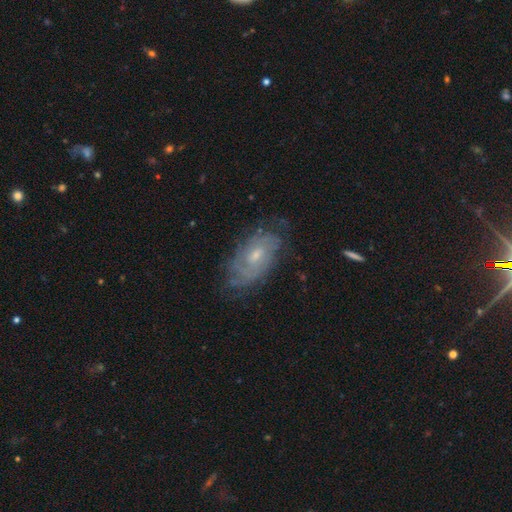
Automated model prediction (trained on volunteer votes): The model was most divided on "bulge size": small: 50%, moderate: 44%, none: 3%, large: 2%, dominant: 1%. More confident: edge-on disk — no (93%); spiral arms — yes (88%); smooth or featured — featured or disk (75%); merging — none (71%); bar — no (65%); spiral winding — tight (64%); spiral arm count — can't tell (54%).